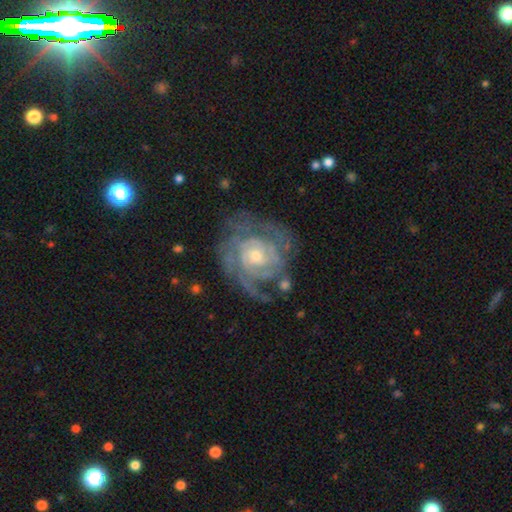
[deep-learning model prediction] featured or disk 87%, smooth 8%, star or artifact 6%. Down the decision tree: edge-on disk — no (97%); bar — no (72%); spiral arms — yes (93%); spiral arm count — can't tell (36%); spiral winding — tight (66%); bulge size — small (52%); merging — none (65%).